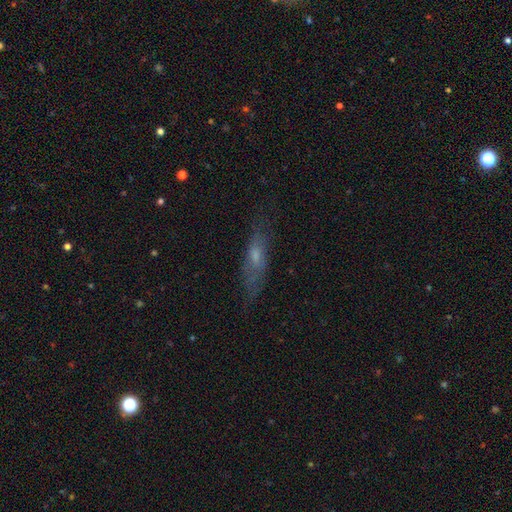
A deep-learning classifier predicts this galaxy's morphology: A featured or disk galaxy (44%).

Vote fractions:
- Smooth or featured? featured or disk: 44% / smooth: 43% / star or artifact: 13%
- Merging? none: 73% / minor disturbance: 19% / major disturbance: 7% / merger: 2%